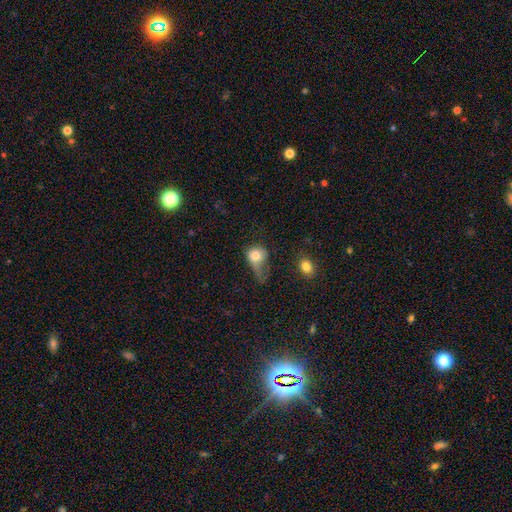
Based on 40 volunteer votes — A smooth galaxy with no disk features (72%) that is in between round and cigar-shaped (59%). Merging: major disturbance (72%).